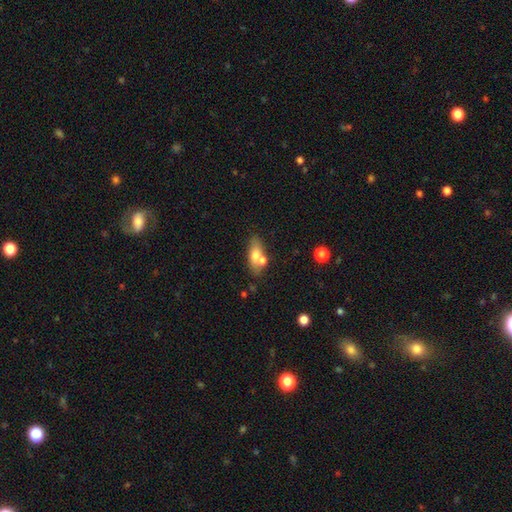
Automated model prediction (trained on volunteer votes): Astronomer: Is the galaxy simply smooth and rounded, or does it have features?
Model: smooth — 66%.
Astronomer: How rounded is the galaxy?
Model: in between — 72%.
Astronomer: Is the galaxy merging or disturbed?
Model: none — 57%.